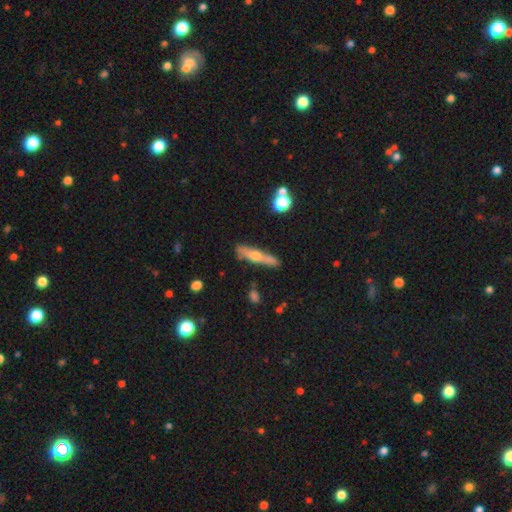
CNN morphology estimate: A featured or disk galaxy (52%) viewed edge-on (86%).

Vote fractions:
- Smooth or featured? featured or disk: 52% / smooth: 41% / star or artifact: 7%
- Edge-on disk? yes: 86% / no: 14%
- Merging? none: 76% / minor disturbance: 15% / merger: 5% / major disturbance: 4%